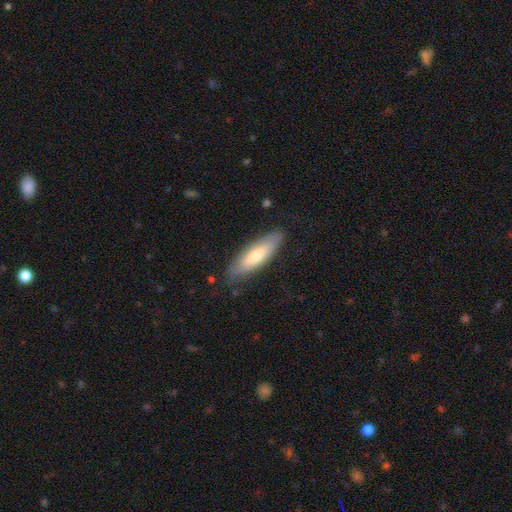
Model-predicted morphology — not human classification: The model was most divided on "how rounded": cigar-shaped: 53%, in between: 46%, round: 2%. More confident: merging — none (79%); smooth or featured — smooth (63%).